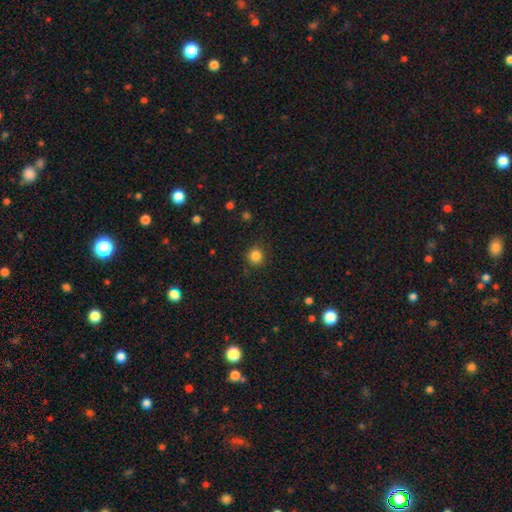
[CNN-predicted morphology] Smooth or featured: smooth — 84% (star or artifact — 12%)
How rounded: round — 91% (in between — 8%)
Merging: none — 88% (minor disturbance — 8%)